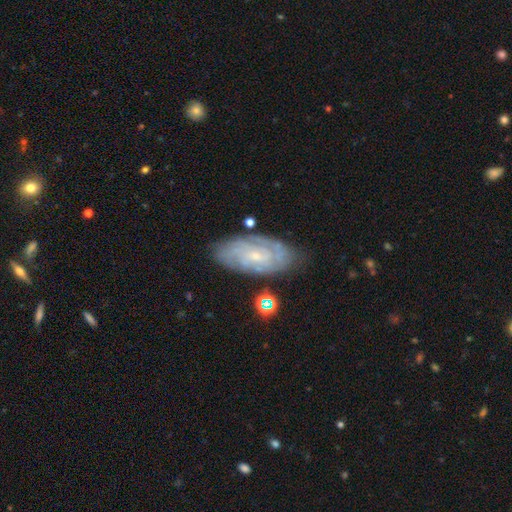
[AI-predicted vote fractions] A featured or disk galaxy (76%) with no bar (64%), tight (69%) spiral arms (92%) and a small central bulge (76%). Merging: none (75%).